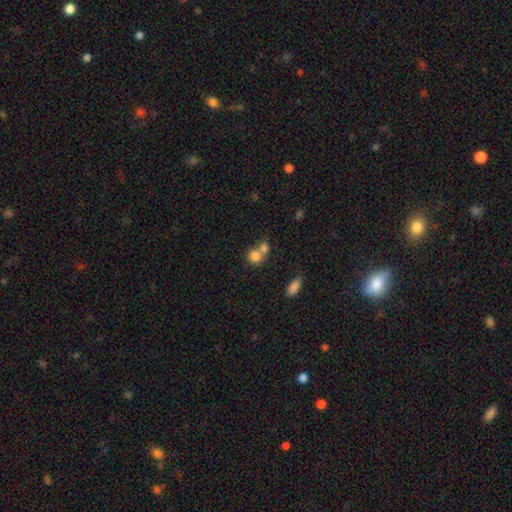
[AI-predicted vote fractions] Smooth or featured? Predicted: smooth (p=0.79). How rounded? Predicted: round (p=0.78). Merging? Predicted: merger (p=0.53).